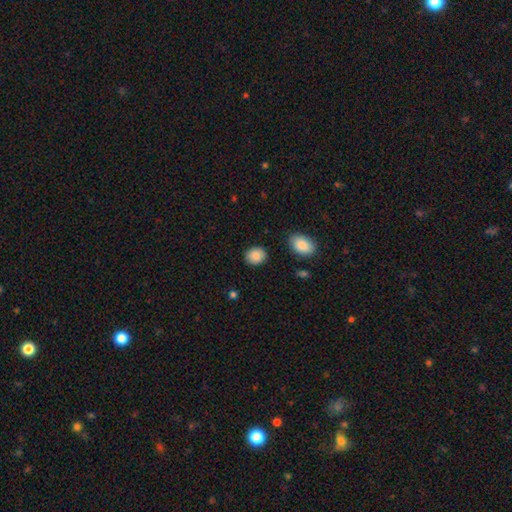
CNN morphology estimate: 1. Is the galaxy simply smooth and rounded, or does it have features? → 87% smooth, 8% star or artifact, 5% featured or disk.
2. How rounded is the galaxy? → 62% round, 37% in between, 1% cigar-shaped.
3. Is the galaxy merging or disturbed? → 87% none, 9% minor disturbance, 2% major disturbance, 2% merger.